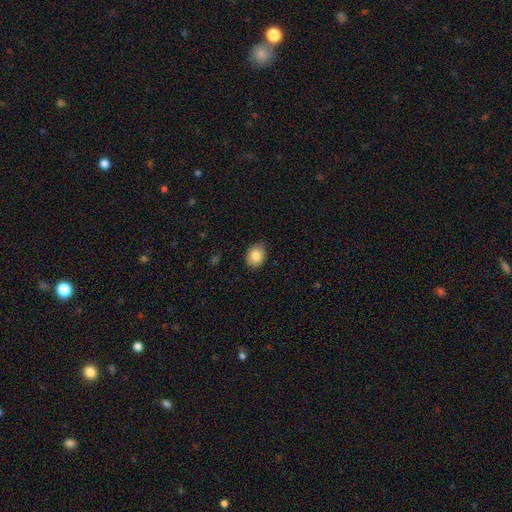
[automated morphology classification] Q: Smooth or featured?
A: smooth (83%); runner-up: star or artifact (9%)
Q: How rounded?
A: round (50%); runner-up: in between (49%)
Q: Merging?
A: none (82%); runner-up: minor disturbance (15%)